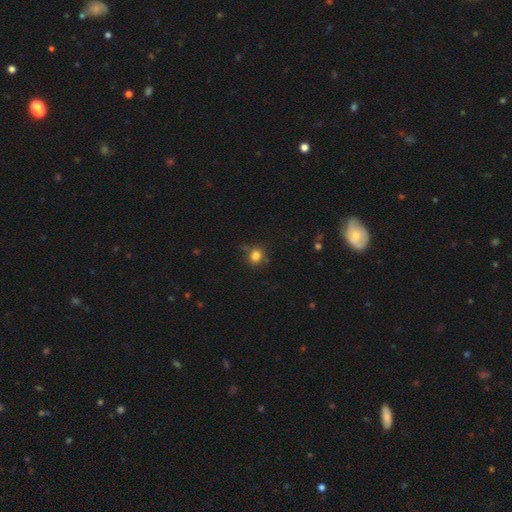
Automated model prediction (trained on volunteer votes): smooth_or_featured: smooth (p=0.81) [alt: star or artifact p=0.13]
how_rounded: round (p=0.79) [alt: in between p=0.20]
merging: none (p=0.72) [alt: minor disturbance p=0.18]